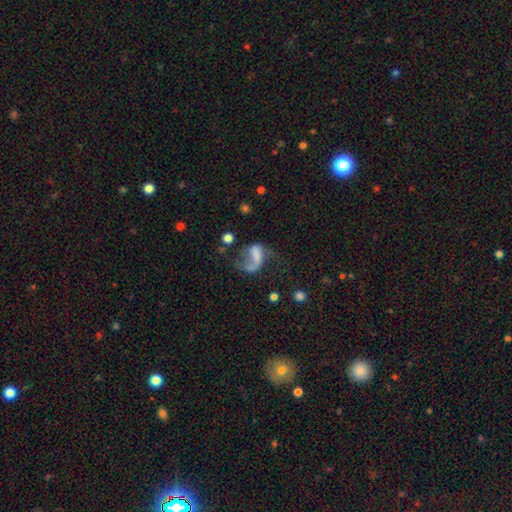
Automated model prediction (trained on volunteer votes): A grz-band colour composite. It shows a featured or disk galaxy (54%) with no bar (55%), spiral arms (65%) and no central bulge (61%). Merging: major disturbance (50%).